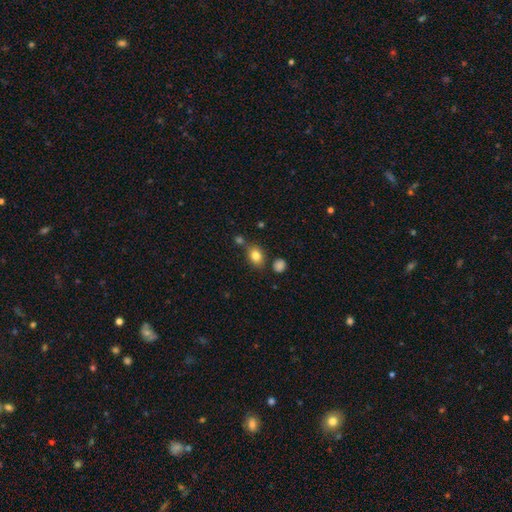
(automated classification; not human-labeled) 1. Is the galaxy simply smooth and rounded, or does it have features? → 82% smooth, 11% star or artifact, 8% featured or disk.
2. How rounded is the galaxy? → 56% in between, 43% round, 1% cigar-shaped.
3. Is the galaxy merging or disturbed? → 70% none, 15% minor disturbance, 11% merger, 4% major disturbance.